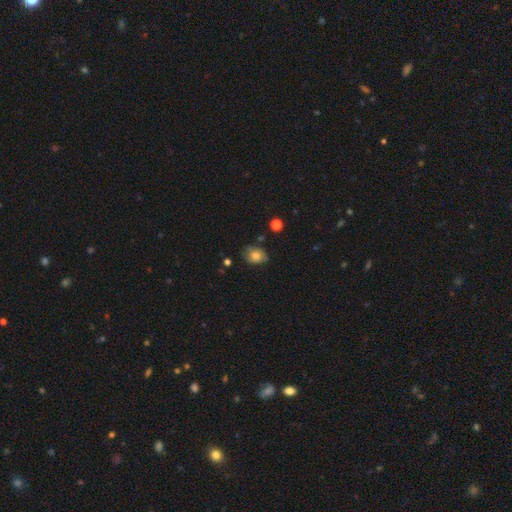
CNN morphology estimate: smooth 74%, featured or disk 15%, star or artifact 11%. Down the decision tree: how rounded — in between (57%); merging — none (70%).